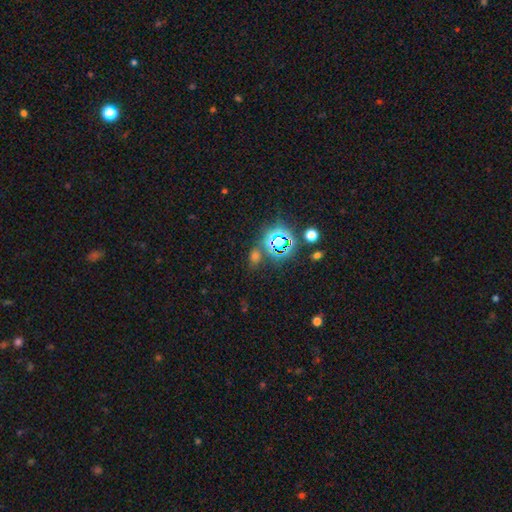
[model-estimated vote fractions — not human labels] Morphology: type=star or artifact (59%).